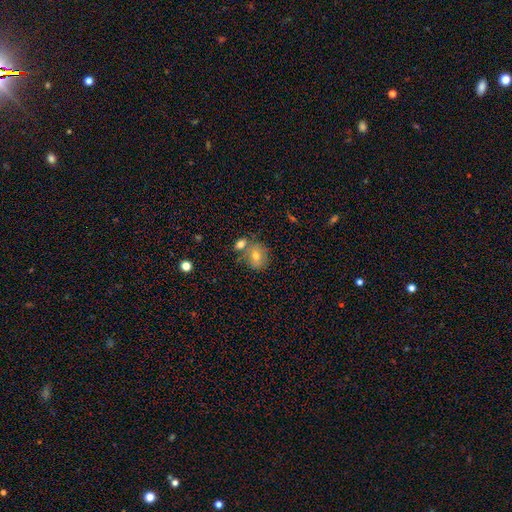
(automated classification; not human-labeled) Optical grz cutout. It shows a smooth galaxy with no disk features (70%) that is round (73%). Merging: none (60%).